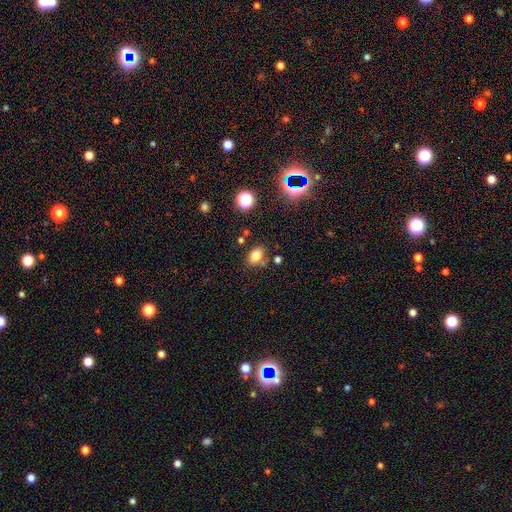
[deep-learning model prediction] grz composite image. It shows a smooth galaxy with no disk features (79%) that is in between round and cigar-shaped (82%). Merging: none (74%).